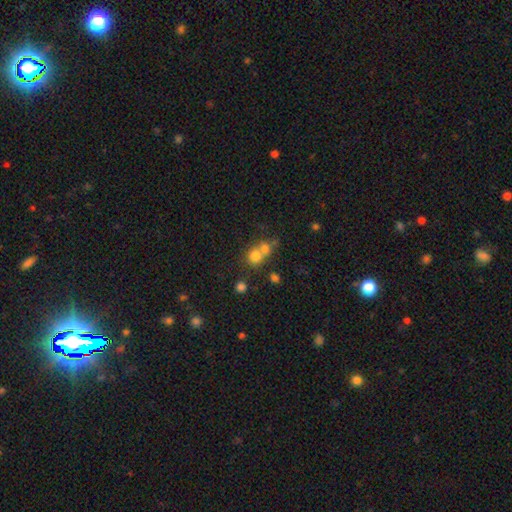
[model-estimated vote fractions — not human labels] A smooth galaxy with no disk features (74%) that is round (83%).

Vote fractions:
- Smooth or featured? smooth: 74% / star or artifact: 14% / featured or disk: 12%
- How rounded? round: 83% / in between: 16% / cigar-shaped: 1%
- Merging? merger: 52% / none: 38% / minor disturbance: 6% / major disturbance: 3%